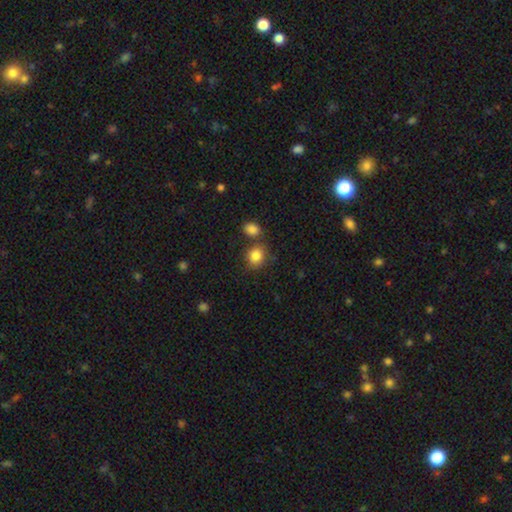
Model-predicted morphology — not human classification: Smooth or featured: smooth — 85% (star or artifact — 9%)
How rounded: round — 67% (in between — 32%)
Merging: none — 67% (merger — 17%)